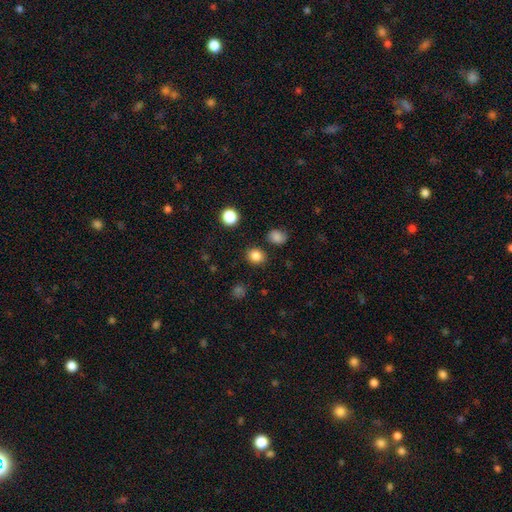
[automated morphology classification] This is clearly a smooth galaxy (83%). How rounded: likely round (74%). Merging: clearly none (87%).